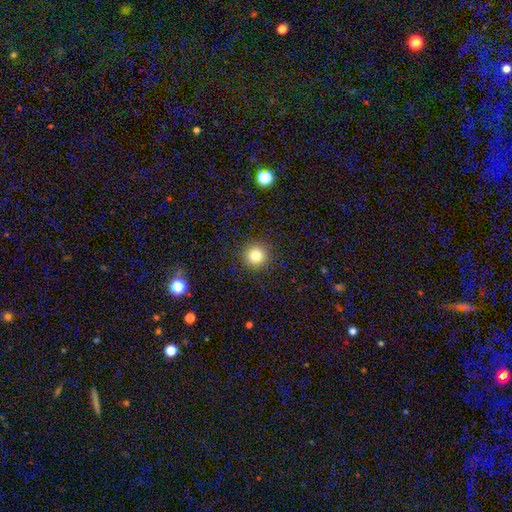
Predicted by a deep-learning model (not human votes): The model was most divided on "smooth or featured": smooth: 81%, star or artifact: 12%, featured or disk: 7%. More confident: how rounded — round (95%); merging — none (91%).